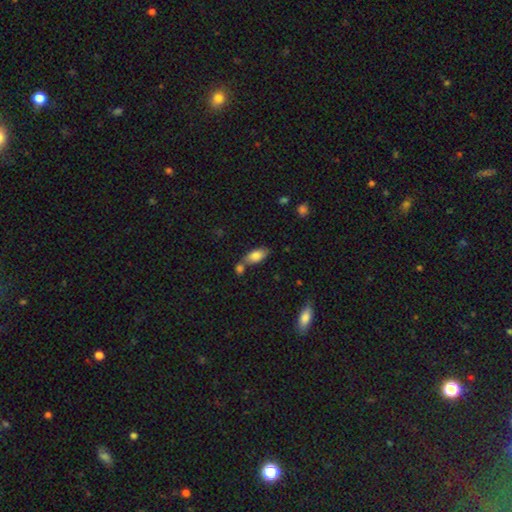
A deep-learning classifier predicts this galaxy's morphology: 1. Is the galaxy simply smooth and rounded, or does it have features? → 81% smooth, 12% featured or disk, 7% star or artifact.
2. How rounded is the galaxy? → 88% in between, 9% cigar-shaped, 3% round.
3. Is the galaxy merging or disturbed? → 55% none, 27% merger, 14% minor disturbance, 4% major disturbance.